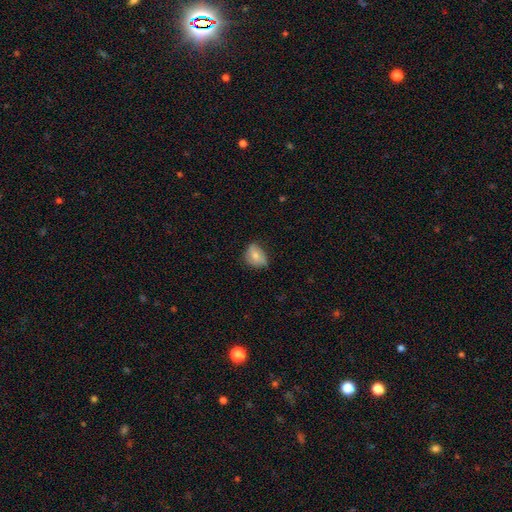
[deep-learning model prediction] smooth 70%, featured or disk 22%, star or artifact 8%. Down the decision tree: how rounded — in between (50%); merging — none (48%).